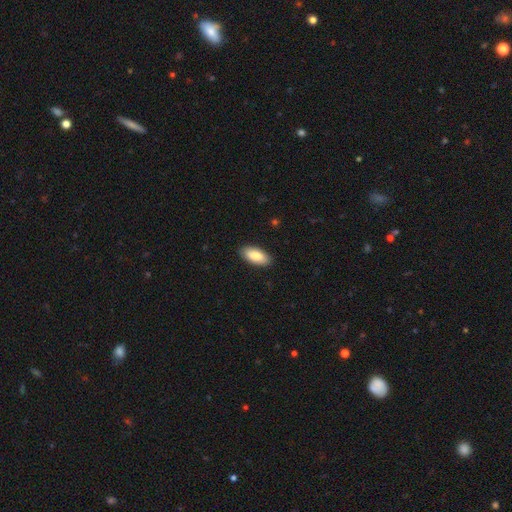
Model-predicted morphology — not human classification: This appears to be a smooth galaxy with no disk features (85%) that is in between round and cigar-shaped (90%). Merging: none (89%).